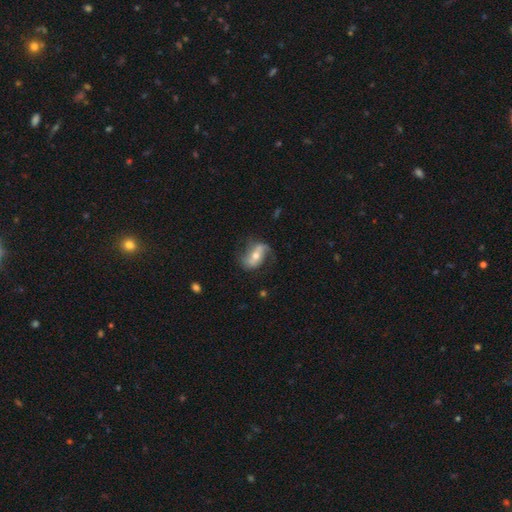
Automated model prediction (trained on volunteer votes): Morphology: type=featured or disk (65%); edge-on=no (92%); bar=strong (38%); spiral arms=yes (83%); bulge=moderate (62%); merging=none (62%).